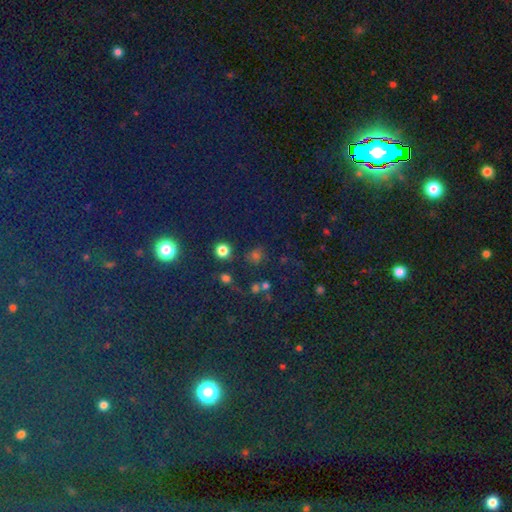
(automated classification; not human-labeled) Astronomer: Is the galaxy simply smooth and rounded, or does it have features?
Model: smooth — 54% (runner-up: star or artifact, 38%).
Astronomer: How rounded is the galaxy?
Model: round — 81%.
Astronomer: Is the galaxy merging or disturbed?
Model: none — 75%.